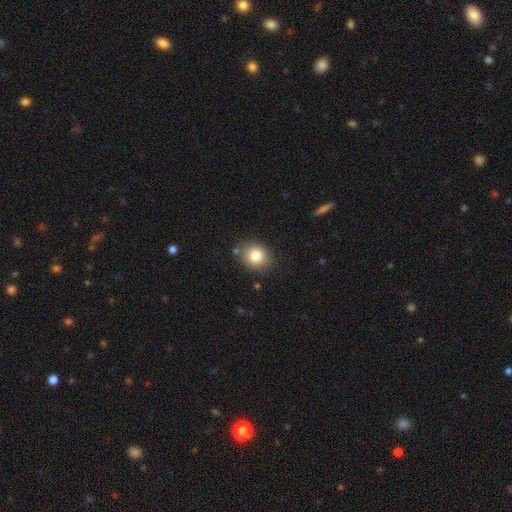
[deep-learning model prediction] smooth 81%, star or artifact 10%, featured or disk 8%. Down the decision tree: how rounded — round (63%); merging — none (82%).